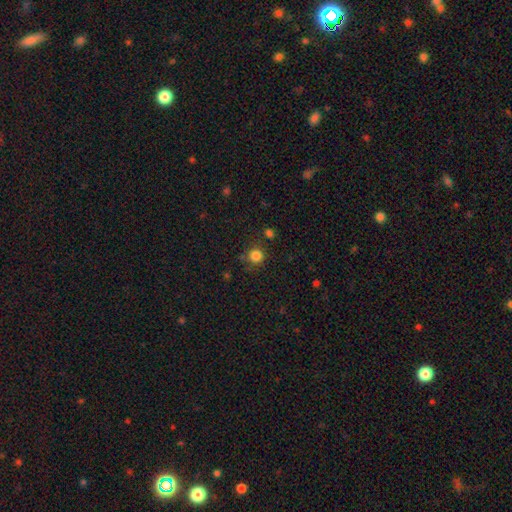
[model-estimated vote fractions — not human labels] Smooth or featured: smooth — 83% (star or artifact — 13%)
How rounded: round — 93% (in between — 6%)
Merging: none — 81% (minor disturbance — 10%)